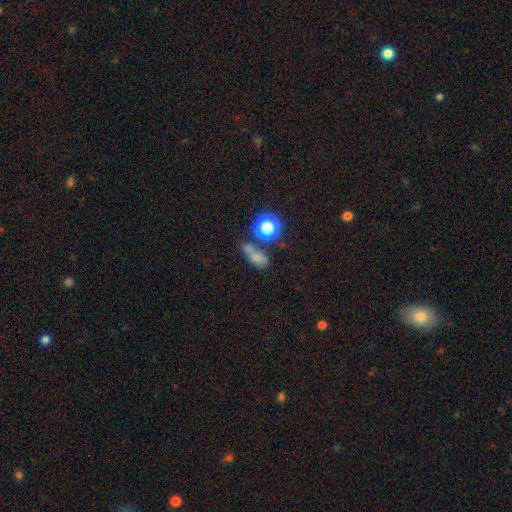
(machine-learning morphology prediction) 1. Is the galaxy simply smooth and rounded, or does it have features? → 61% smooth, 25% star or artifact, 14% featured or disk.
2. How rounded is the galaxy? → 56% in between, 30% round, 15% cigar-shaped.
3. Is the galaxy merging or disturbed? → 39% none, 28% merger, 19% minor disturbance, 15% major disturbance.